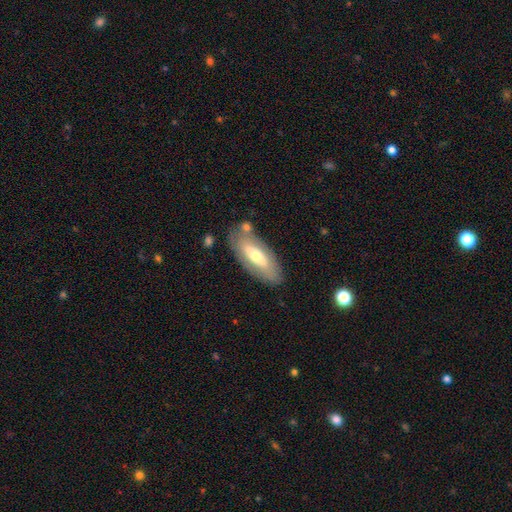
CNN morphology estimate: Smooth or featured? Predicted: featured or disk (p=0.47). Merging? Predicted: none (p=0.76).